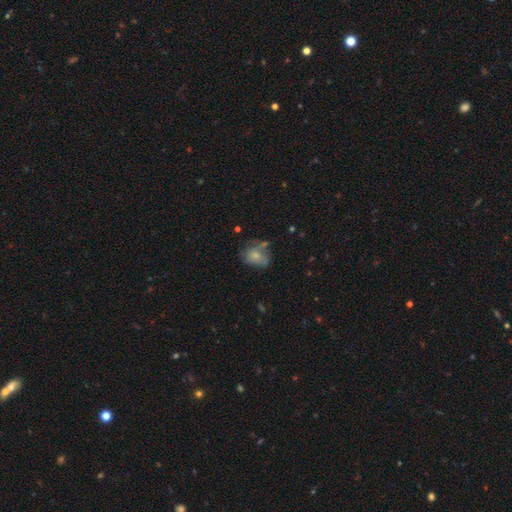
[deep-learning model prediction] This appears to be a smooth galaxy with no disk features (64%) that is in between round and cigar-shaped (57%). Merging: none (42%).